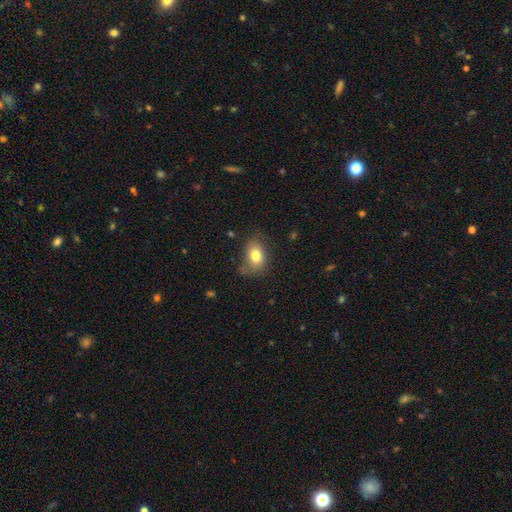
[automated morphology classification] This is likely a smooth galaxy (78%). How rounded: likely in between (74%). Merging: likely none (66%).